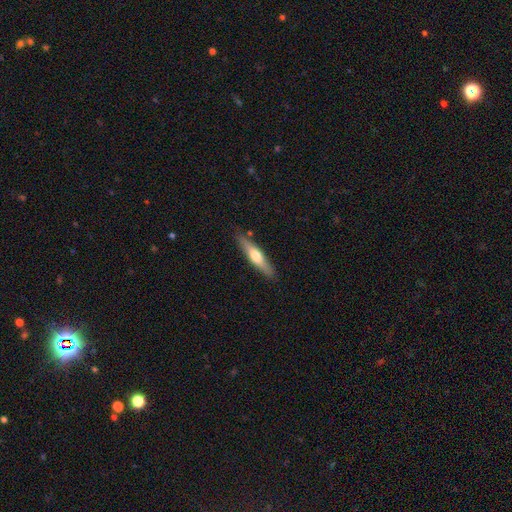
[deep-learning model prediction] A smooth galaxy with no disk features (49%).

Vote fractions:
- Smooth or featured? smooth: 49% / featured or disk: 46% / star or artifact: 5%
- Merging? none: 86% / minor disturbance: 10% / major disturbance: 2% / merger: 2%